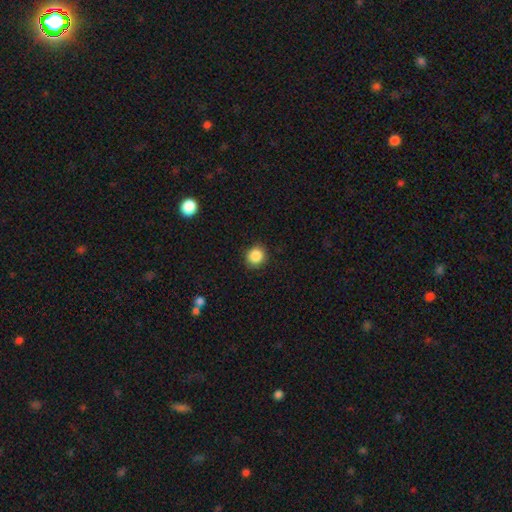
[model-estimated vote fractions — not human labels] Smooth or featured?
  - smooth: 87% *
  - star or artifact: 10%
  - featured or disk: 4%
How rounded?
  - round: 85% *
  - in between: 14%
  - cigar-shaped: 1%
Merging?
  - none: 90% *
  - minor disturbance: 7%
  - major disturbance: 2%
  - merger: 1%